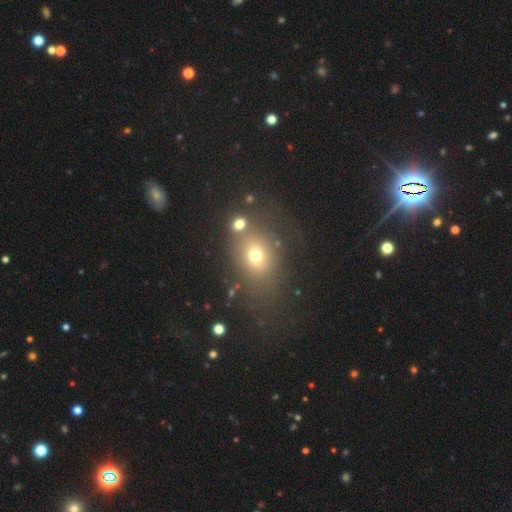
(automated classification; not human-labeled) This is likely a smooth galaxy (68%). How rounded: possibly in between (49%, tied with round). Merging: likely none (66%).